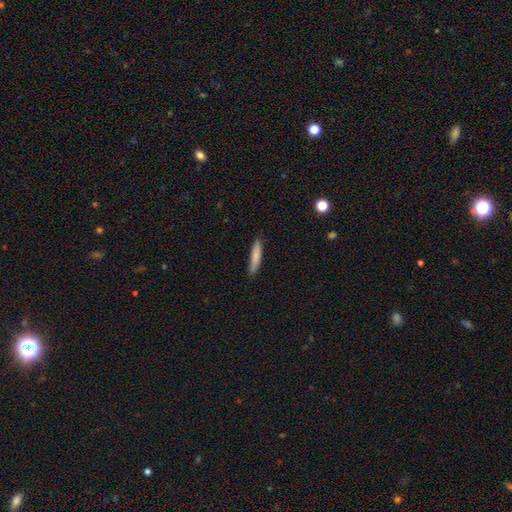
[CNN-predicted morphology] Q: Smooth or featured?
A: smooth (81%); runner-up: featured or disk (13%)
Q: How rounded?
A: cigar-shaped (88%); runner-up: in between (11%)
Q: Merging?
A: none (86%); runner-up: minor disturbance (11%)